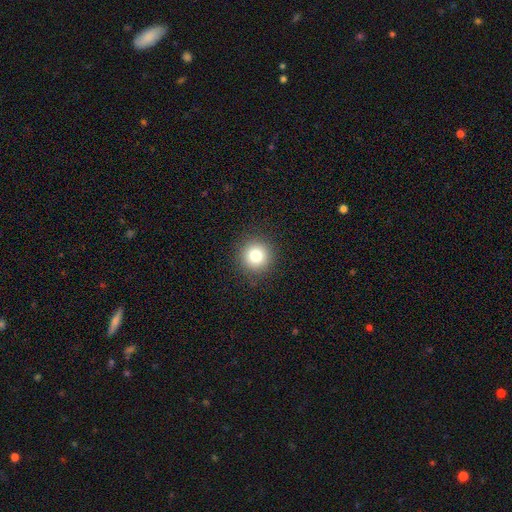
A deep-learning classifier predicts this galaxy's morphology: Overall: smooth (80%). How rounded: round (94%). Merging: none (91%).